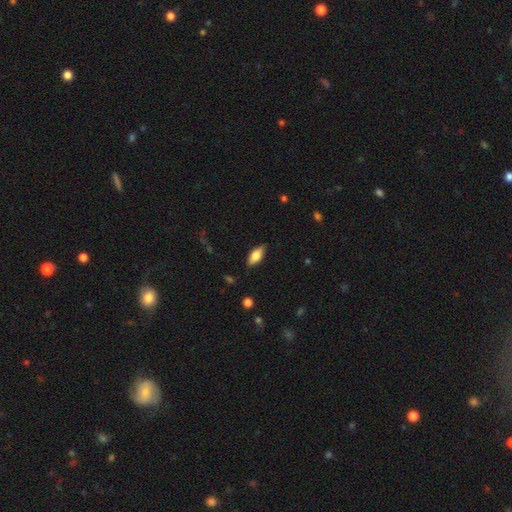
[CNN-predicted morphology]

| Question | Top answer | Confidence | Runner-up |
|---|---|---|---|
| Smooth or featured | smooth | 73% | featured or disk (21%) |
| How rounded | in between | 85% | cigar-shaped (12%) |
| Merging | none | 83% | minor disturbance (14%) |